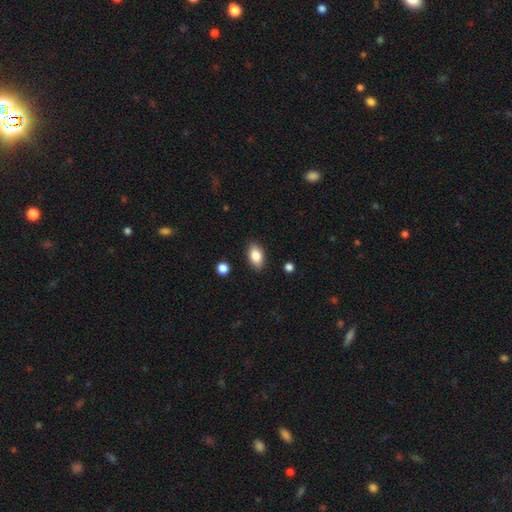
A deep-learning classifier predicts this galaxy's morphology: This is clearly a smooth galaxy (85%). How rounded: clearly in between (91%). Merging: clearly none (87%).